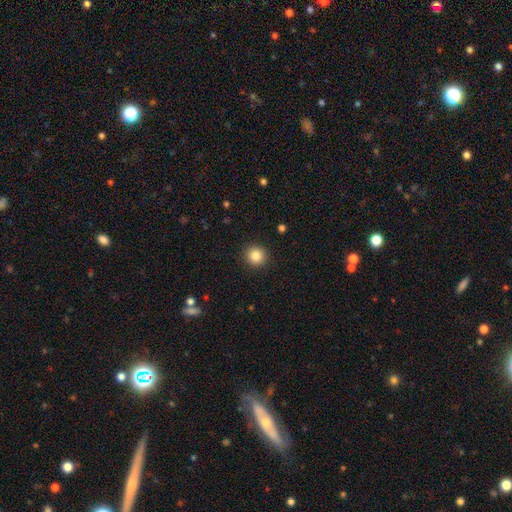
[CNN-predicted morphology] Smooth or featured: smooth — 85% (star or artifact — 10%)
How rounded: round — 93% (in between — 6%)
Merging: none — 92% (minor disturbance — 5%)